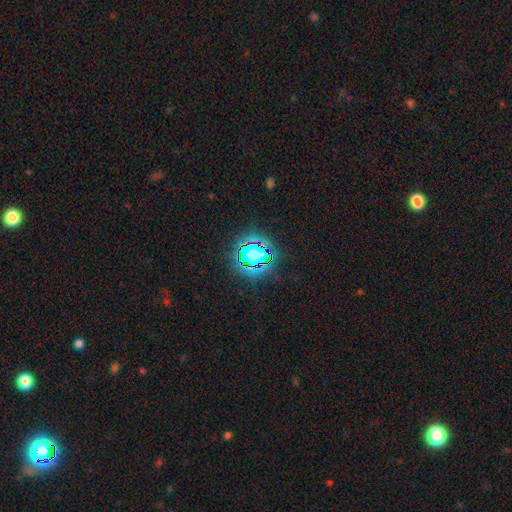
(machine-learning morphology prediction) type=star or artifact (79%).